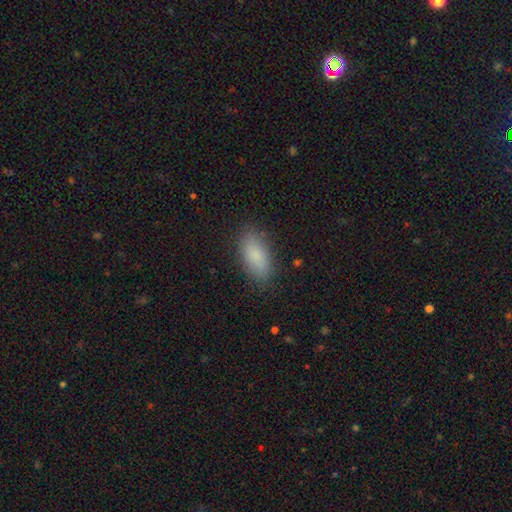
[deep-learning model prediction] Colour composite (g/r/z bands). It shows a smooth galaxy with no disk features (87%) that is in between round and cigar-shaped (88%). Merging: none (86%).